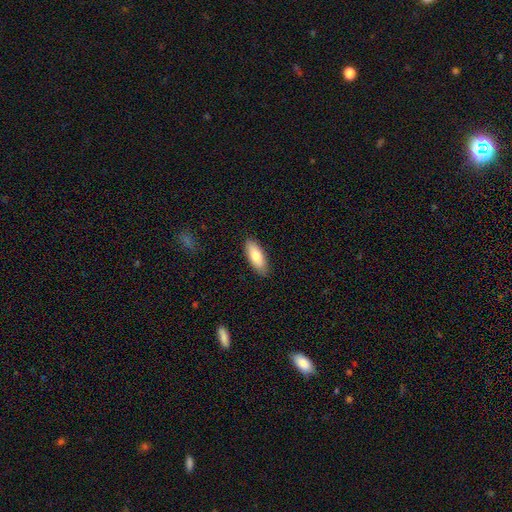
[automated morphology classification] This appears to be a smooth galaxy with no disk features (79%) that is in between round and cigar-shaped (76%). Merging: none (87%).